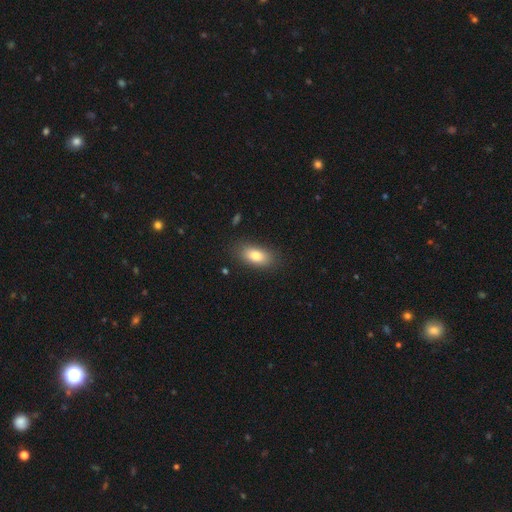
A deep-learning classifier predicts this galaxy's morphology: smooth 79%, featured or disk 13%, star or artifact 8%. Down the decision tree: how rounded — in between (86%); merging — none (85%).